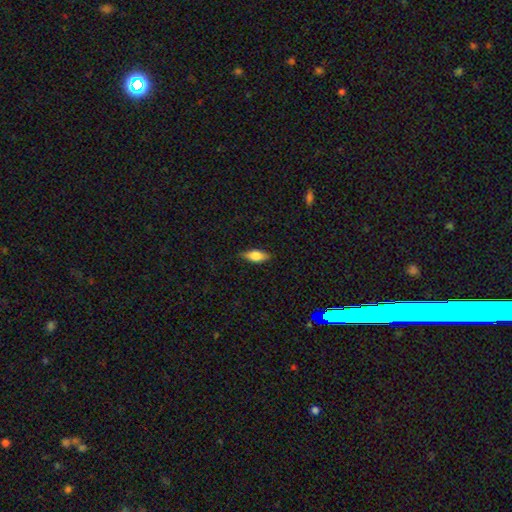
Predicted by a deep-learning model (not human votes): Q: Smooth or featured?
A: smooth (73%); runner-up: featured or disk (20%)
Q: How rounded?
A: in between (78%); runner-up: cigar-shaped (19%)
Q: Merging?
A: none (83%); runner-up: minor disturbance (13%)